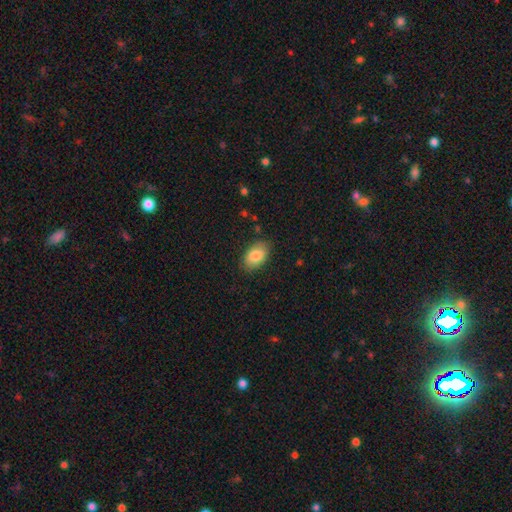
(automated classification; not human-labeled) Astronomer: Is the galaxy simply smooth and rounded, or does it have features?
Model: smooth — 84%.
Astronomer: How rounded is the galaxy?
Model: in between — 92%.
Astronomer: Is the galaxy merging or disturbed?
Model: none — 83%.